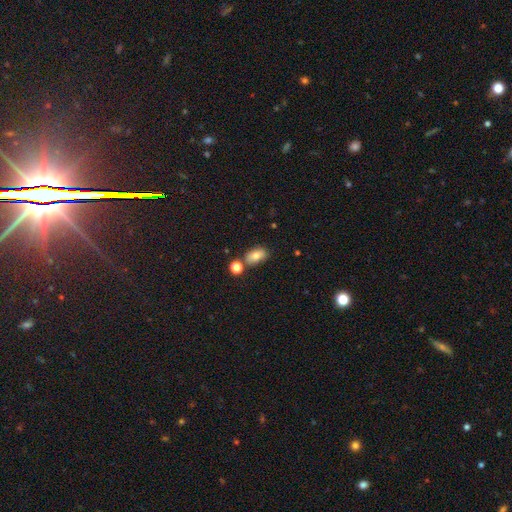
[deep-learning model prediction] This appears to be a smooth galaxy with no disk features (78%) that is in between round and cigar-shaped (88%). Merging: none (68%).